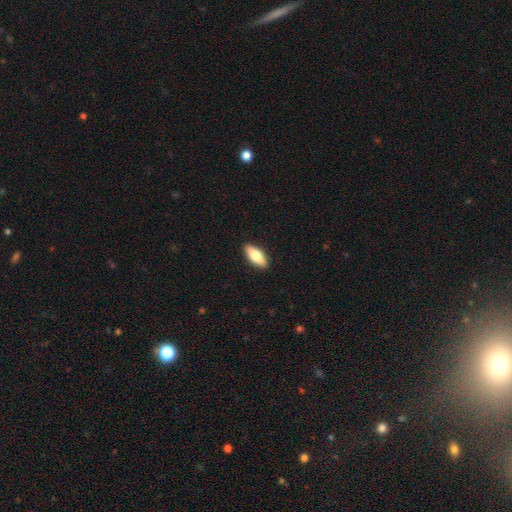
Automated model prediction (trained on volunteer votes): A smooth galaxy with no disk features (73%) that is in between round and cigar-shaped (78%).

Vote fractions:
- Smooth or featured? smooth: 73% / featured or disk: 22% / star or artifact: 6%
- How rounded? in between: 78% / cigar-shaped: 20% / round: 2%
- Merging? none: 90% / minor disturbance: 7% / major disturbance: 2% / merger: 1%